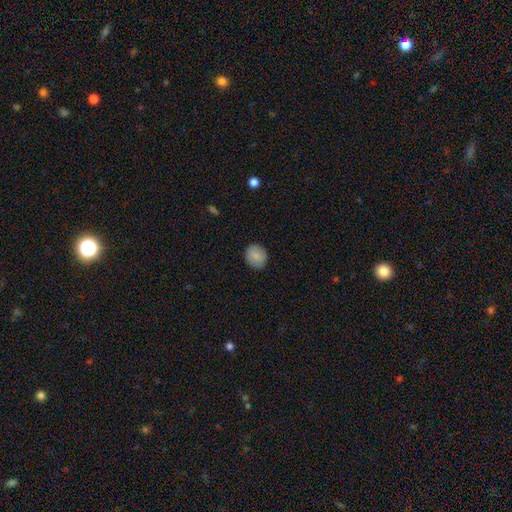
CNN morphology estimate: Smooth or featured? smooth (87%)
How rounded? round (77%)
Merging? none (89%)